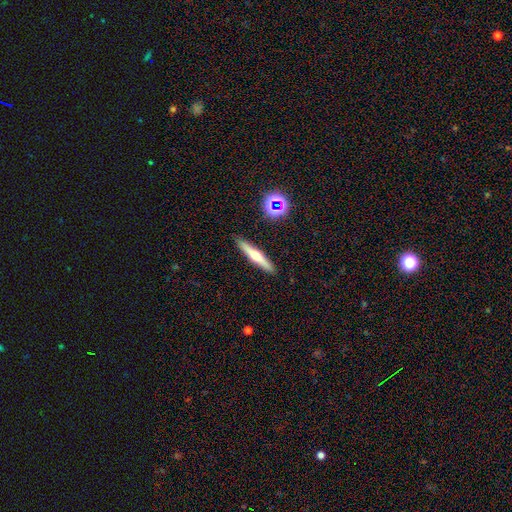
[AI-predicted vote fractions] The model was most divided on "smooth or featured": featured or disk: 53%, smooth: 39%, star or artifact: 8%. More confident: edge-on disk — yes (95%); merging — none (90%); edge-on bulge — rounded (87%).